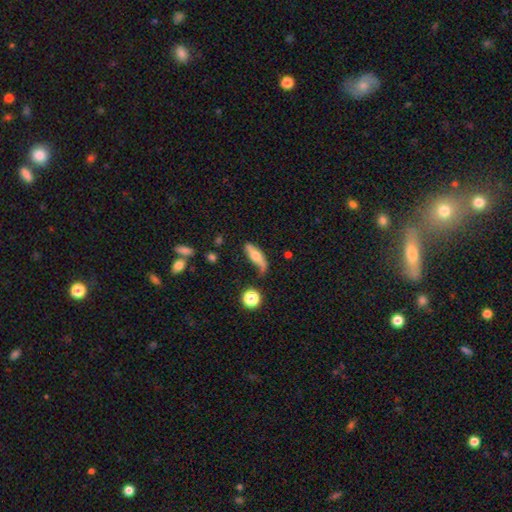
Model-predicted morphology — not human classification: This appears to be a smooth galaxy with no disk features (51%) that is cigar-shaped (52%). Merging: none (55%).